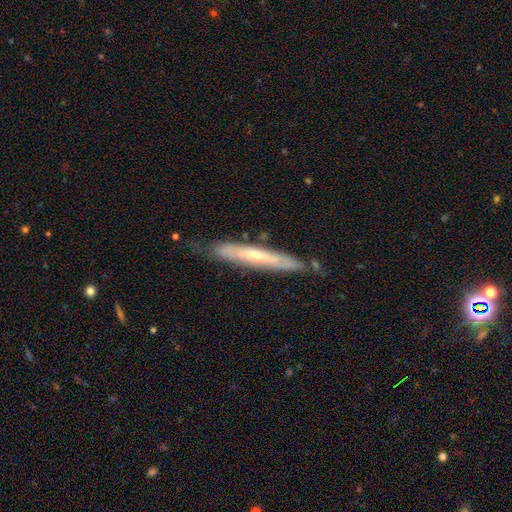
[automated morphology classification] This is likely a featured or disk galaxy (61%). It is likely viewed edge-on (79%). Merging: likely none (73%).